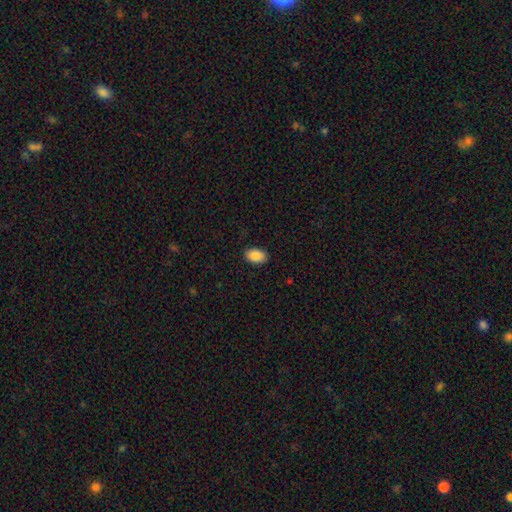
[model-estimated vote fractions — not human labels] The model was most divided on "merging": none: 89%, minor disturbance: 8%, major disturbance: 2%, merger: 1%. More confident: how rounded — in between (91%); smooth or featured — smooth (89%).